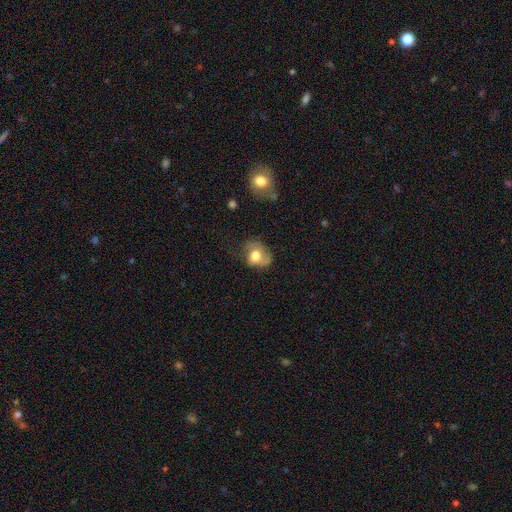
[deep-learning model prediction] Q: Smooth or featured?
A: smooth (62%); runner-up: featured or disk (29%)
Q: How rounded?
A: in between (53%); runner-up: round (46%)
Q: Merging?
A: none (42%); runner-up: minor disturbance (31%)